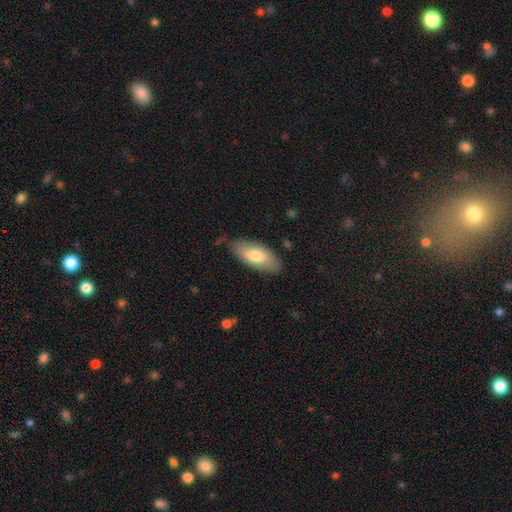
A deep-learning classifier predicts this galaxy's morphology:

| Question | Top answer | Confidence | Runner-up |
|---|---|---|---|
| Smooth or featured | smooth | 72% | featured or disk (22%) |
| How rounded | in between | 88% | cigar-shaped (10%) |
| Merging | none | 79% | minor disturbance (16%) |